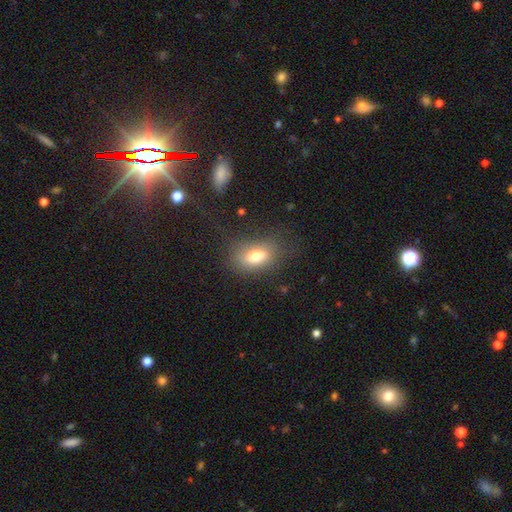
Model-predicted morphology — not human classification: smooth 74%, featured or disk 16%, star or artifact 10%. Down the decision tree: how rounded — in between (84%); merging — none (70%).